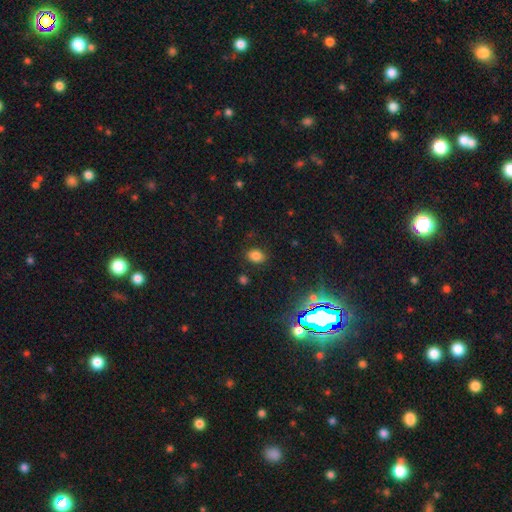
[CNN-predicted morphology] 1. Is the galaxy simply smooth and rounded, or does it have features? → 76% smooth, 17% star or artifact, 7% featured or disk.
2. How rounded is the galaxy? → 64% in between, 35% round, 1% cigar-shaped.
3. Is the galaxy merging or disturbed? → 84% none, 10% minor disturbance, 4% major disturbance, 2% merger.